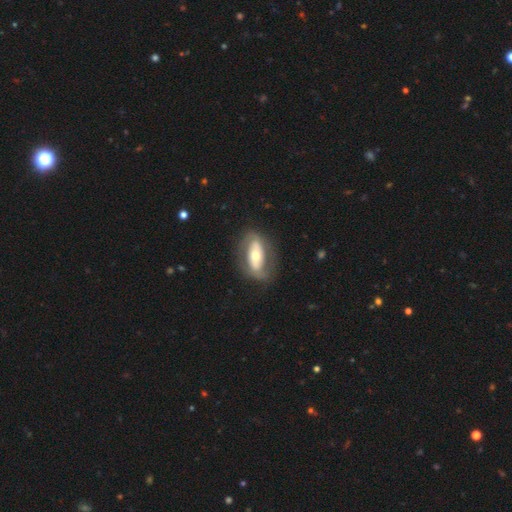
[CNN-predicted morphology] Q: Smooth or featured?
A: featured or disk (62%); runner-up: smooth (32%)
Q: Edge-on disk?
A: no (89%); runner-up: yes (11%)
Q: Bar?
A: no (47%); runner-up: strong (32%)
Q: Spiral arms?
A: yes (51%); runner-up: no (49%)
Q: Bulge size?
A: moderate (66%); runner-up: small (22%)
Q: Merging?
A: none (74%); runner-up: minor disturbance (16%)